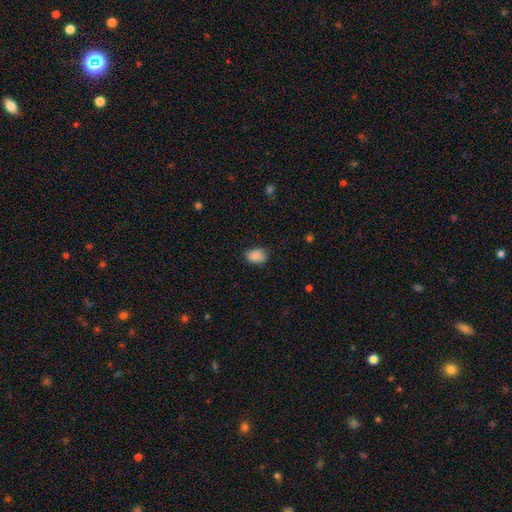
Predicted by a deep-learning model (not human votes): This appears to be a smooth galaxy with no disk features (88%) that is in between round and cigar-shaped (83%). Merging: none (76%).